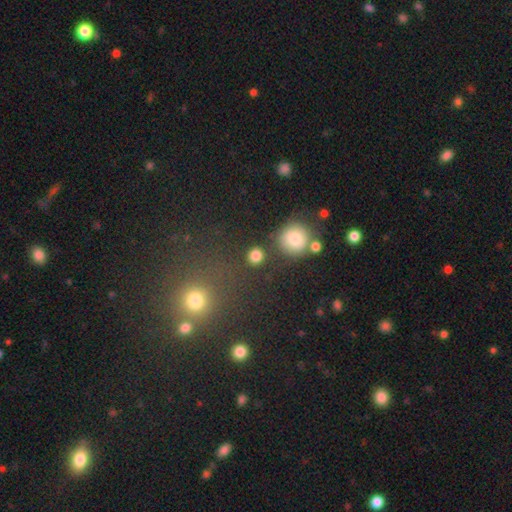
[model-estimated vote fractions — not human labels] The model was most divided on "smooth or featured": smooth: 83%, star or artifact: 12%, featured or disk: 5%. More confident: how rounded — round (89%); merging — none (83%).